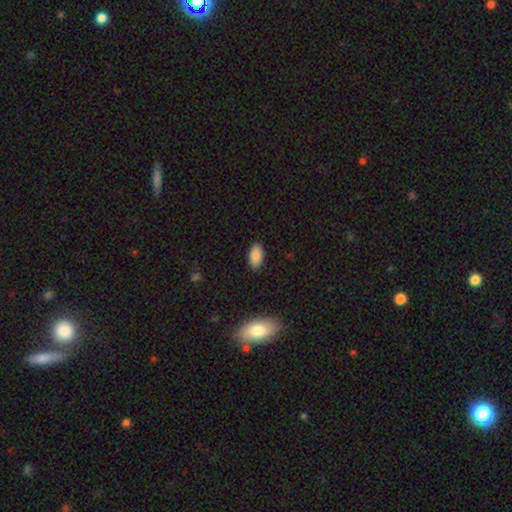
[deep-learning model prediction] Smooth or featured? smooth (89%)
How rounded? in between (94%)
Merging? none (87%)